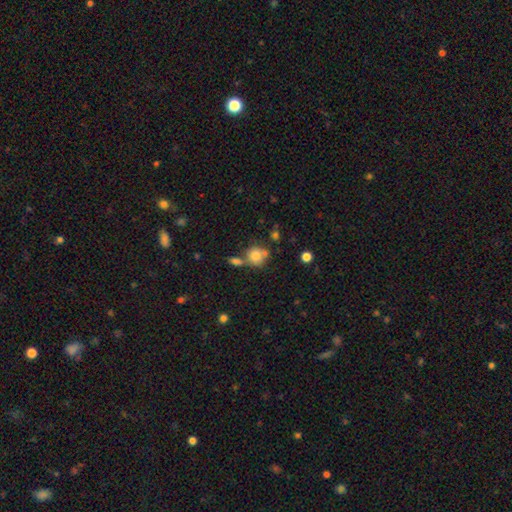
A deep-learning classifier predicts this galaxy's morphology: This appears to be a smooth galaxy with no disk features (80%) that is round (80%). Merging: none (51%).